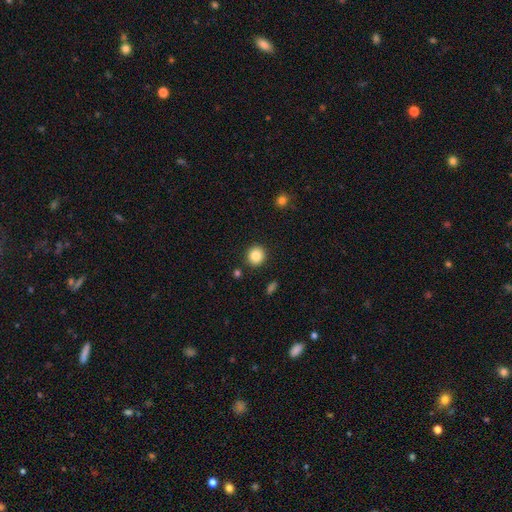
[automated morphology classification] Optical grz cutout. It shows a smooth galaxy with no disk features (86%) that is round (90%). Merging: none (90%).